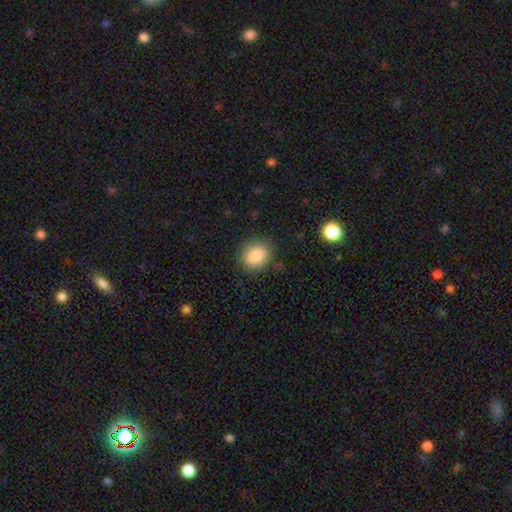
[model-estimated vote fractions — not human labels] Smooth or featured?
  - smooth: 86% *
  - star or artifact: 8%
  - featured or disk: 5%
How rounded?
  - in between: 50% *
  - round: 49%
  - cigar-shaped: 1%
Merging?
  - none: 84% *
  - minor disturbance: 11%
  - major disturbance: 3%
  - merger: 1%